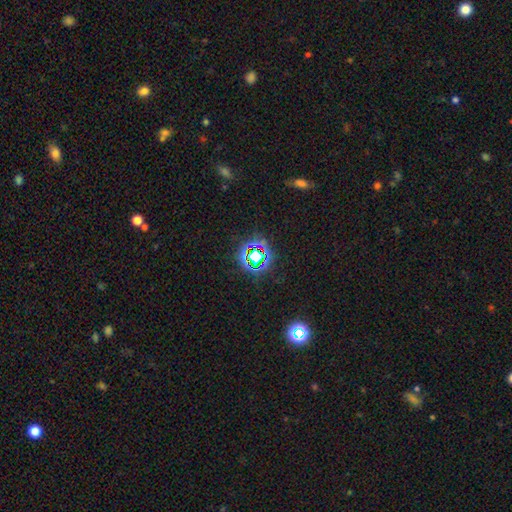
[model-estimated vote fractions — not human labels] This is likely a star or artifact rather than a galaxy (71%).